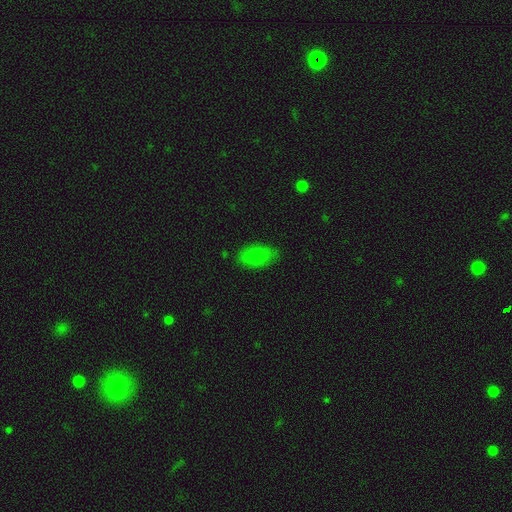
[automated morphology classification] Q: Smooth or featured?
A: smooth (80%); runner-up: featured or disk (10%)
Q: How rounded?
A: in between (91%); runner-up: round (7%)
Q: Merging?
A: none (77%); runner-up: minor disturbance (18%)